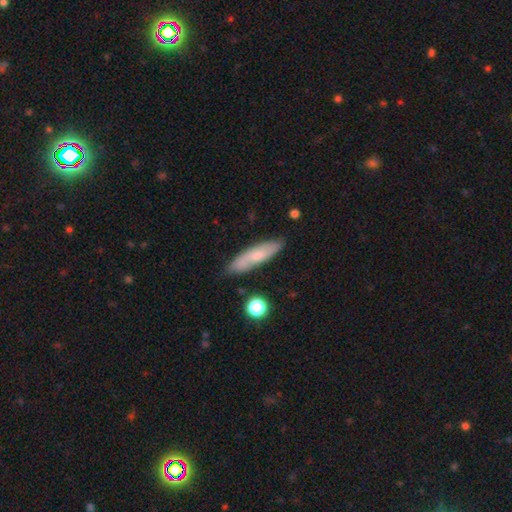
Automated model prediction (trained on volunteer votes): Morphology: type=smooth (63%); roundness=cigar-shaped (70%); merging=none (81%).